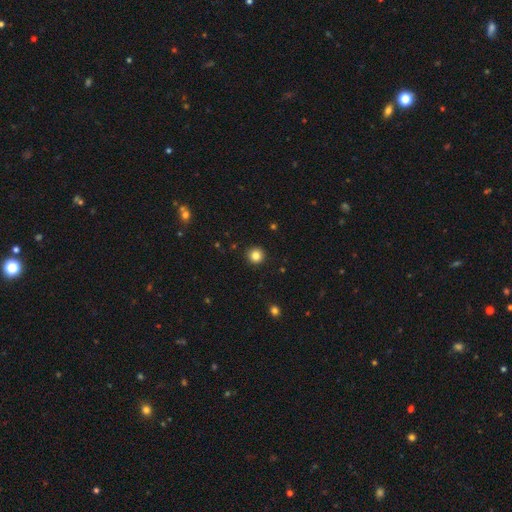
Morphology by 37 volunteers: Smooth or featured? 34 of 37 (92%) said smooth. How rounded? 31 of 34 (91%) said round. Merging? 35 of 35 (100%) said none.